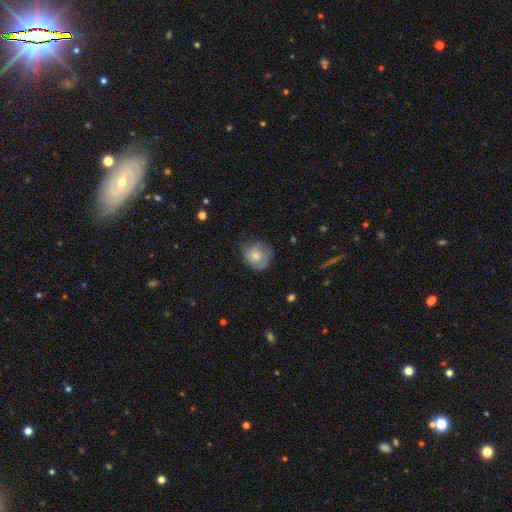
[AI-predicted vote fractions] Smooth or featured?
  - smooth: 66% *
  - featured or disk: 26%
  - star or artifact: 8%
How rounded?
  - round: 83% *
  - in between: 16%
  - cigar-shaped: 1%
Merging?
  - none: 66% *
  - minor disturbance: 25%
  - major disturbance: 8%
  - merger: 1%